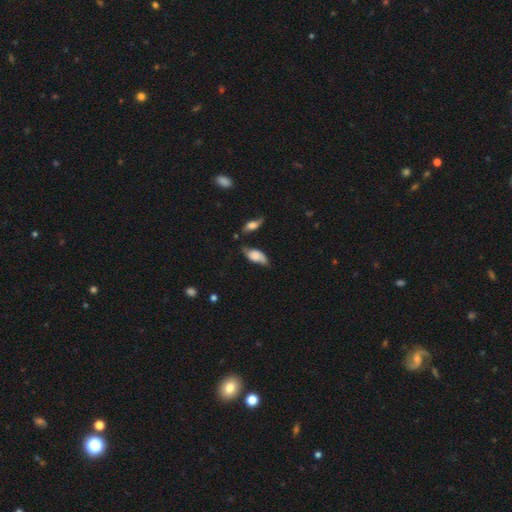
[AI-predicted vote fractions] Morphology: type=smooth (55%); roundness=in between (88%); merging=none (45%).